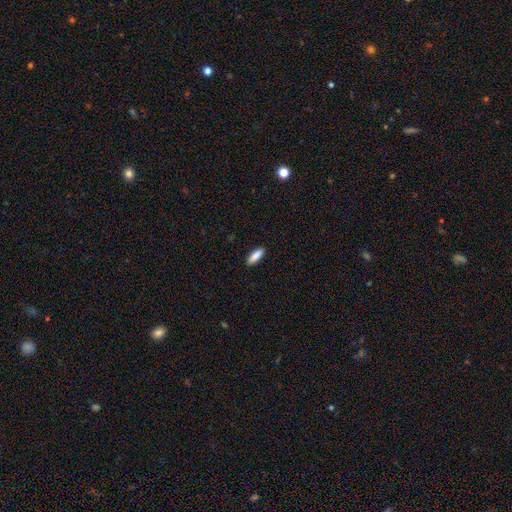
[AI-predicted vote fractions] smooth_or_featured: smooth (p=0.89) [alt: star or artifact p=0.06]
how_rounded: in between (p=0.58) [alt: cigar-shaped p=0.40]
merging: none (p=0.90) [alt: minor disturbance p=0.08]